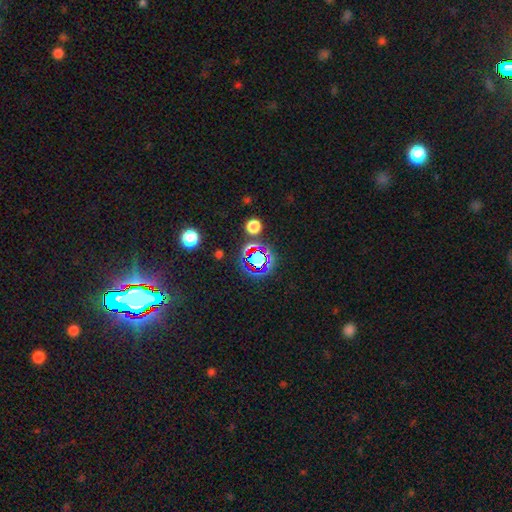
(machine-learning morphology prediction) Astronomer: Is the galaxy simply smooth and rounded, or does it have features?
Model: star or artifact — 63%.